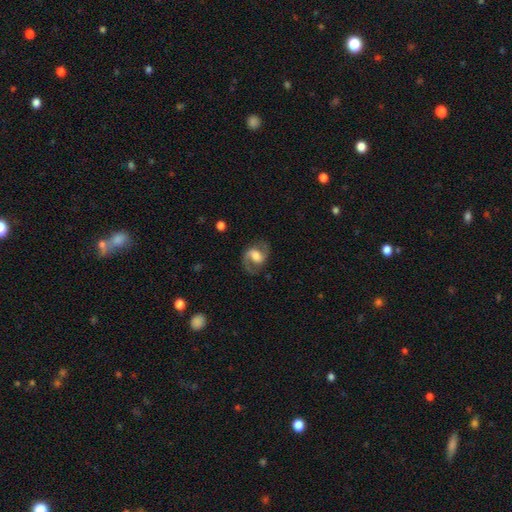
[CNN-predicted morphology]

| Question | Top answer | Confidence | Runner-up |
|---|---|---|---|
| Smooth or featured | featured or disk | 75% | smooth (18%) |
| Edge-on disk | no | 97% | yes (3%) |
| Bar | weak | 47% | no (27%) |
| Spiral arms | yes | 92% | no (8%) |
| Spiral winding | medium | 53% | loose (31%) |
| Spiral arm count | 2 | 89% | 1 (5%) |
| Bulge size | moderate | 43% | large (33%) |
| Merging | none | 75% | minor disturbance (15%) |